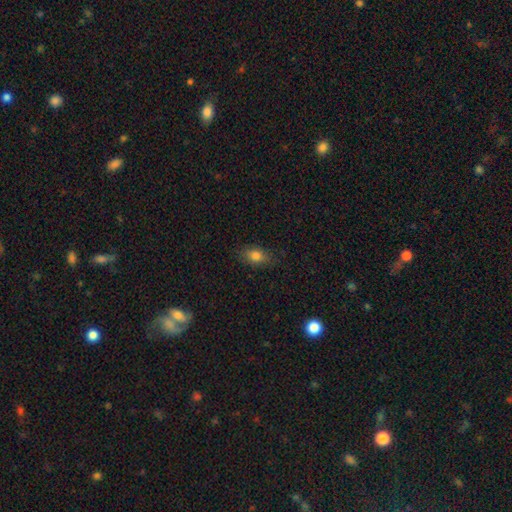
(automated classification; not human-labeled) smooth 80%, star or artifact 10%, featured or disk 9%. Down the decision tree: how rounded — in between (81%); merging — none (82%).